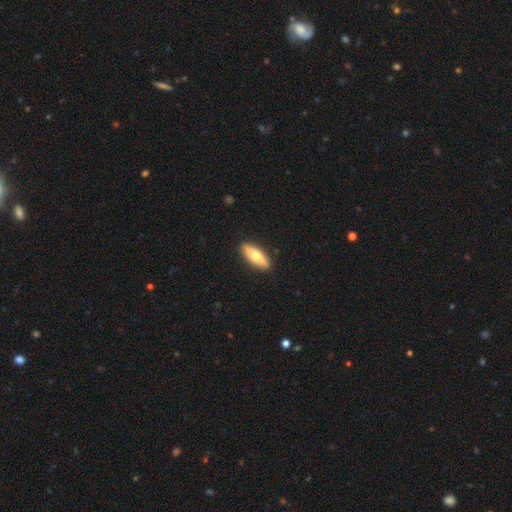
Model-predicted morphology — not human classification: type=smooth (66%); roundness=in between (52%); merging=none (90%).